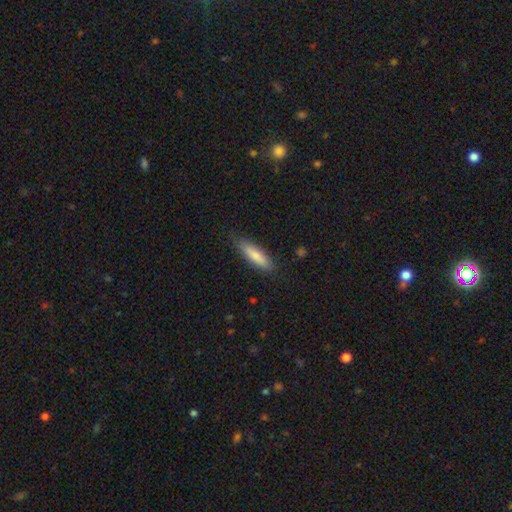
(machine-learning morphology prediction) smooth_or_featured: smooth (p=0.82) [alt: featured or disk p=0.13]
how_rounded: cigar-shaped (p=0.68) [alt: in between p=0.30]
merging: none (p=0.82) [alt: minor disturbance p=0.14]